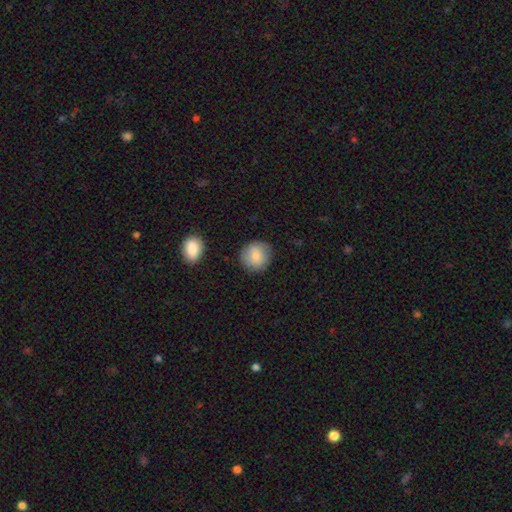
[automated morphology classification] Smooth or featured? Predicted: smooth (p=0.82). How rounded? Predicted: round (p=0.89). Merging? Predicted: none (p=0.84).